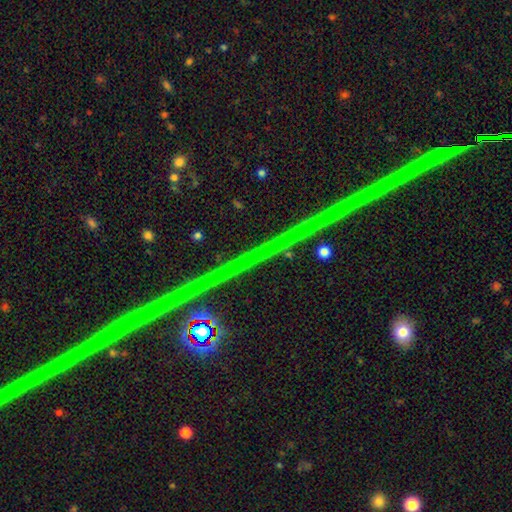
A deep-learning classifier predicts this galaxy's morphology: A star or artifact, not a galaxy (88%).

Vote fractions:
- Smooth or featured? star or artifact: 88% / featured or disk: 8% / smooth: 4%